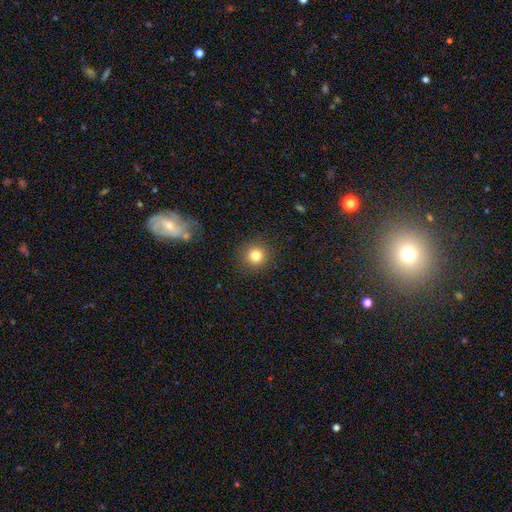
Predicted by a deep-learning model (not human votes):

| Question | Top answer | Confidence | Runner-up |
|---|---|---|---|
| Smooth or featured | smooth | 81% | star or artifact (12%) |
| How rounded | round | 93% | in between (6%) |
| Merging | none | 90% | minor disturbance (6%) |